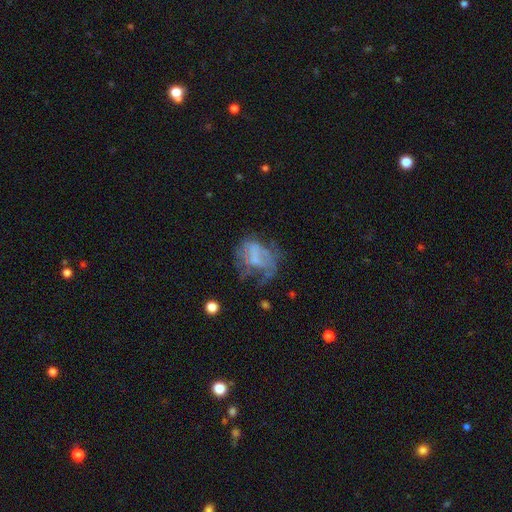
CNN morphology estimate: A featured or disk galaxy (53%) with no bar (69%), no spiral arms (72%) and no central bulge (60%). Merging: major disturbance (40%).